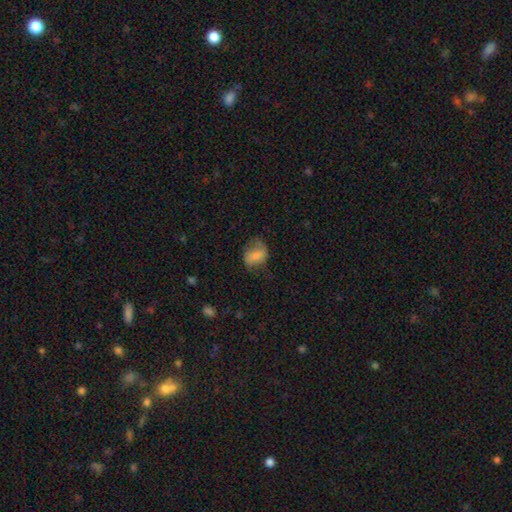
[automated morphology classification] Smooth or featured? Predicted: smooth (p=0.70). How rounded? Predicted: in between (p=0.63). Merging? Predicted: none (p=0.53).